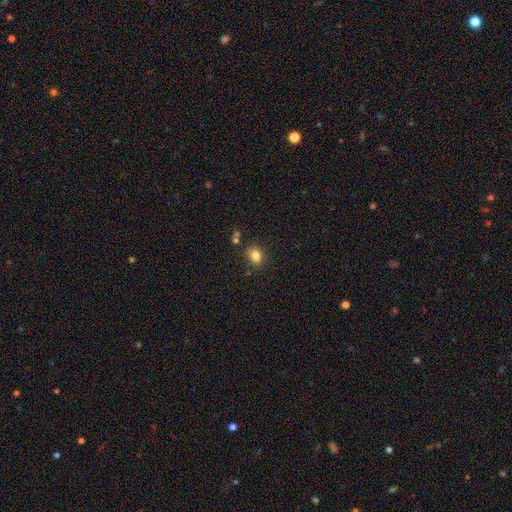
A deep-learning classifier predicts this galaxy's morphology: The model was most divided on "how rounded": in between: 54%, round: 45%, cigar-shaped: 1%. More confident: smooth or featured — smooth (82%); merging — none (78%).